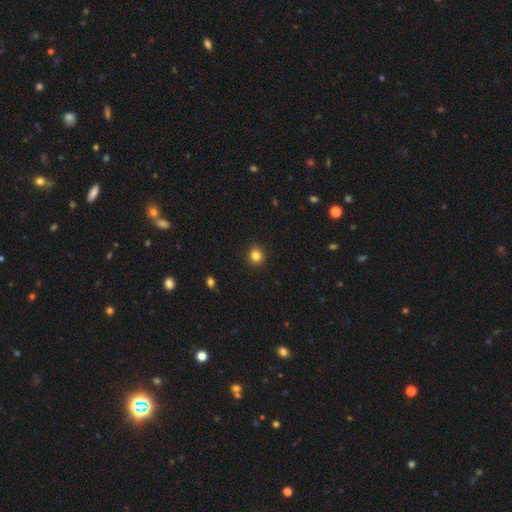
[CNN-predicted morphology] This is clearly a smooth galaxy (83%). How rounded: clearly round (87%). Merging: clearly none (91%).